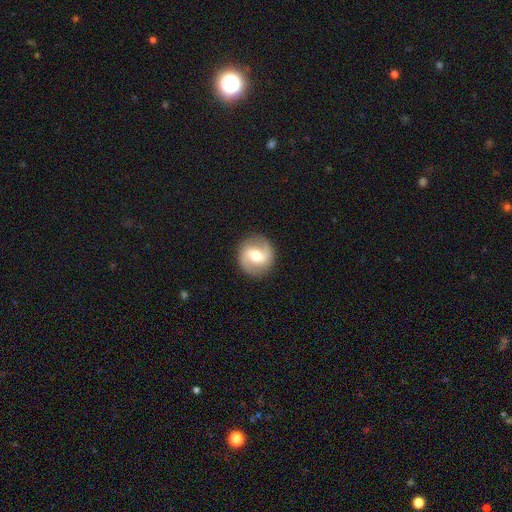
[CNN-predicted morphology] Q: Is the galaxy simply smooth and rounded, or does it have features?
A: featured or disk — 72%.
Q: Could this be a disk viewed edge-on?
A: no — 97%.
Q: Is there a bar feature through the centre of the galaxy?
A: weak — 49%.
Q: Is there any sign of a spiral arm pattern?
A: yes — 89%.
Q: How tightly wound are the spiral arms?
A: medium — 45%.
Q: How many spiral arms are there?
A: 2 — 92%.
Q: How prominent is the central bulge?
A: moderate — 68%.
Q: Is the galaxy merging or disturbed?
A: none — 89%.